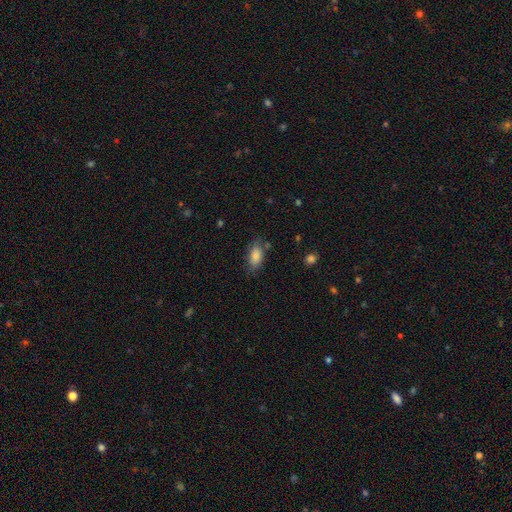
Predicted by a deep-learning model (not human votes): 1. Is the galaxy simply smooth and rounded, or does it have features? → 83% smooth, 9% featured or disk, 7% star or artifact.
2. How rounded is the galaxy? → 89% in between, 7% cigar-shaped, 4% round.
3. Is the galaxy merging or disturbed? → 68% none, 22% minor disturbance, 6% major disturbance, 4% merger.